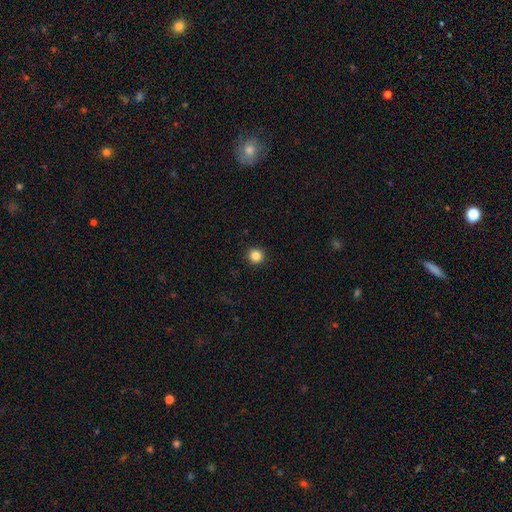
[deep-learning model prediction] smooth 85%, star or artifact 11%, featured or disk 4%. Down the decision tree: how rounded — round (95%); merging — none (93%).